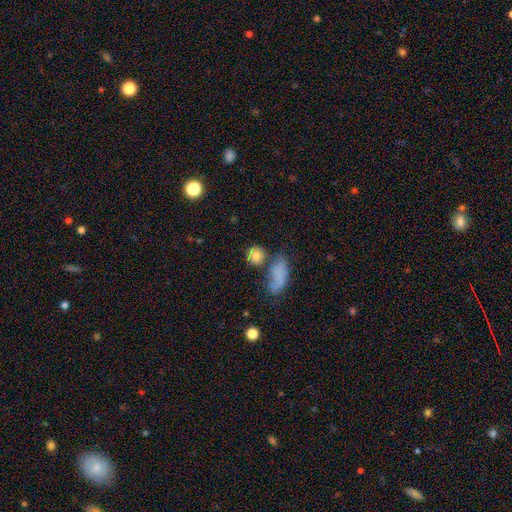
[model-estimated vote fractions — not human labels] smooth_or_featured: smooth (p=0.80) [alt: featured or disk p=0.10]
how_rounded: round (p=0.80) [alt: in between p=0.18]
merging: none (p=0.61) [alt: merger p=0.20]